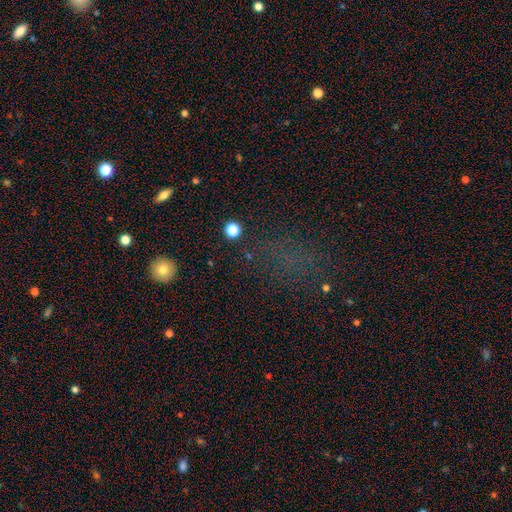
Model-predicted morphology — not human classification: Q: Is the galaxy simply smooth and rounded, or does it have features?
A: smooth — 42%, tied with star or artifact.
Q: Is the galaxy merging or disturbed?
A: none — 63%.